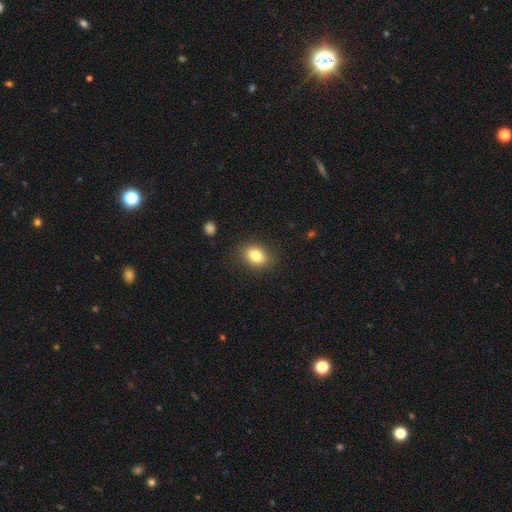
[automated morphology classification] This appears to be a smooth galaxy with no disk features (83%) that is in between round and cigar-shaped (64%). Merging: none (86%).